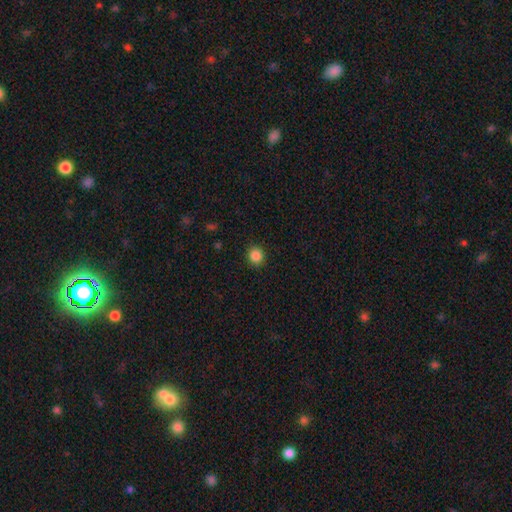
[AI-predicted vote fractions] Smooth or featured?
  - smooth: 86% *
  - star or artifact: 11%
  - featured or disk: 3%
How rounded?
  - round: 85% *
  - in between: 14%
  - cigar-shaped: 1%
Merging?
  - none: 90% *
  - minor disturbance: 6%
  - major disturbance: 2%
  - merger: 1%